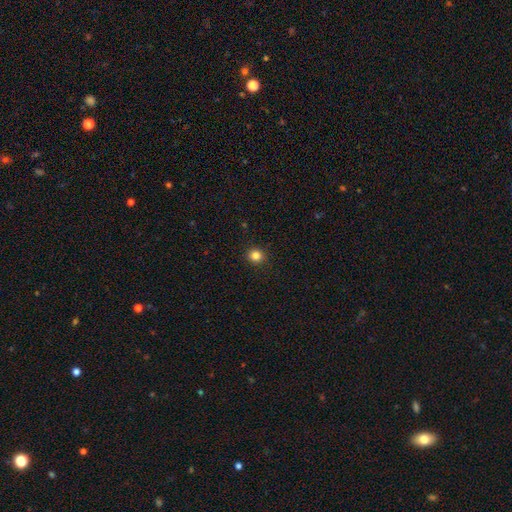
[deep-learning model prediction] Smooth or featured?
  - smooth: 83% *
  - star or artifact: 12%
  - featured or disk: 4%
How rounded?
  - round: 88% *
  - in between: 11%
  - cigar-shaped: 1%
Merging?
  - none: 91% *
  - minor disturbance: 6%
  - major disturbance: 2%
  - merger: 1%